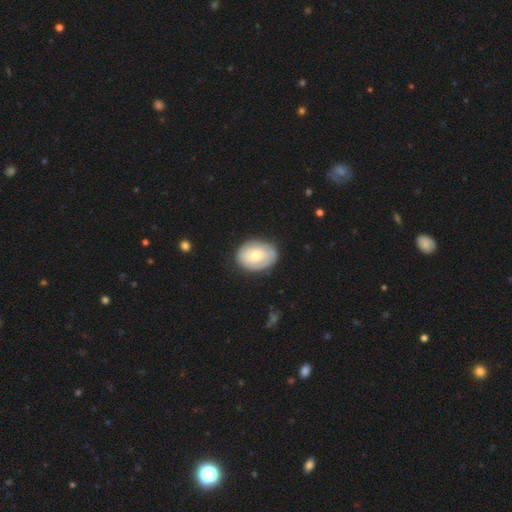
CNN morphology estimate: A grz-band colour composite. It shows a smooth galaxy with no disk features (52%) that is in between round and cigar-shaped (69%). Merging: none (76%).